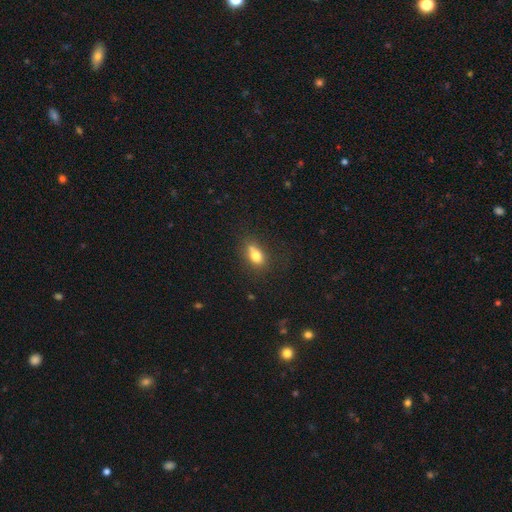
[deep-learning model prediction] smooth_or_featured: smooth (p=0.75) [alt: featured or disk p=0.14]
how_rounded: in between (p=0.70) [alt: round p=0.26]
merging: none (p=0.49) [alt: merger p=0.22]